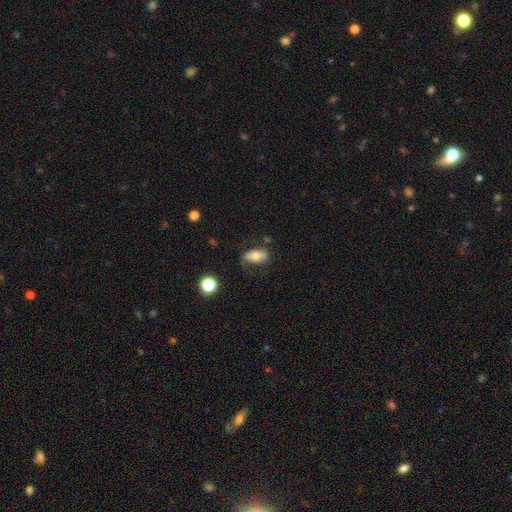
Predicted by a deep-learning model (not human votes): Smooth or featured? smooth (62%)
How rounded? in between (87%)
Merging? none (56%)